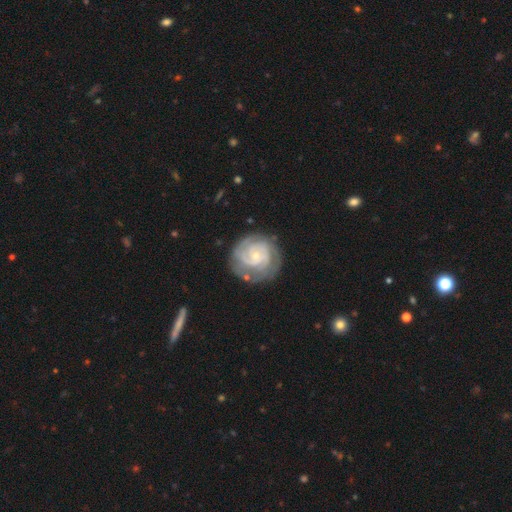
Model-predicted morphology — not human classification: The model was most divided on "spiral arm count": 2: 37%, 3: 24%, can't tell: 22%, 4: 8%, 1: 5%, more than 4: 5%. More confident: edge-on disk — no (98%); spiral arms — yes (96%); smooth or featured — featured or disk (85%); bulge size — small (80%); merging — none (74%); bar — no (73%); spiral winding — tight (72%).